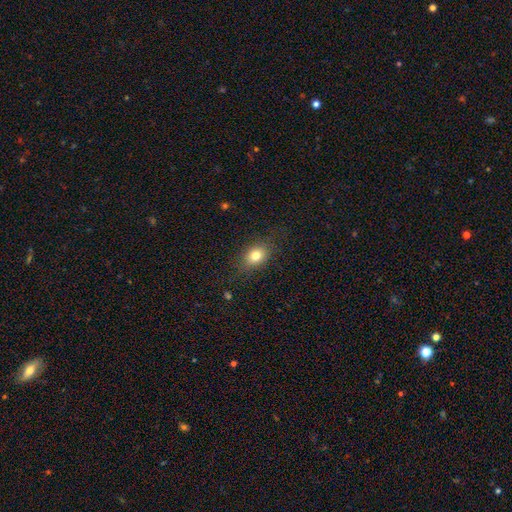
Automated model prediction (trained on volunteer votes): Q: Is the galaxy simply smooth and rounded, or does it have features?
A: smooth — 79%.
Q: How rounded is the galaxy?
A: in between — 63%.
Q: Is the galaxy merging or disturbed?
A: none — 80%.